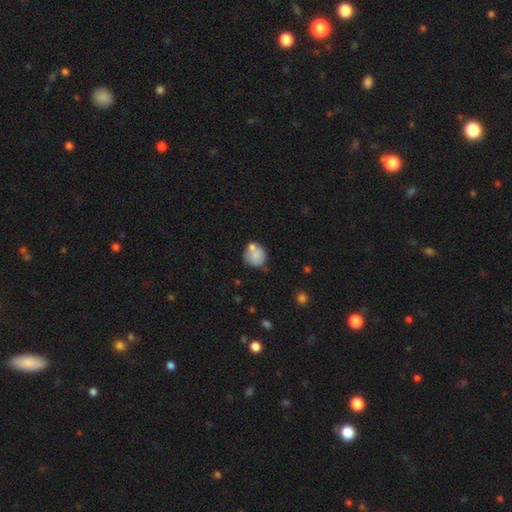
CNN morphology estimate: type=smooth (77%); roundness=round (80%); merging=none (49%).